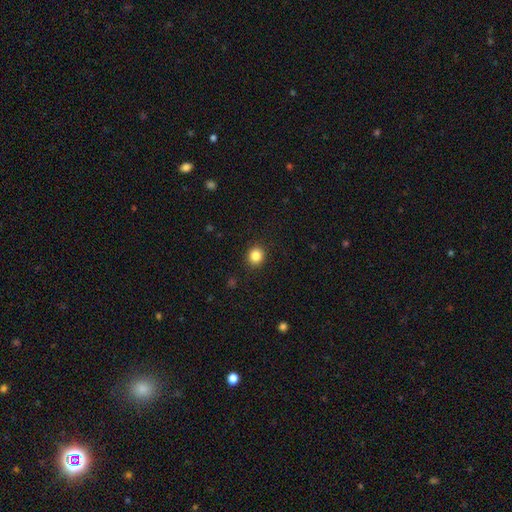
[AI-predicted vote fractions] smooth_or_featured: smooth (p=0.85) [alt: star or artifact p=0.11]
how_rounded: round (p=0.82) [alt: in between p=0.17]
merging: none (p=0.91) [alt: minor disturbance p=0.06]